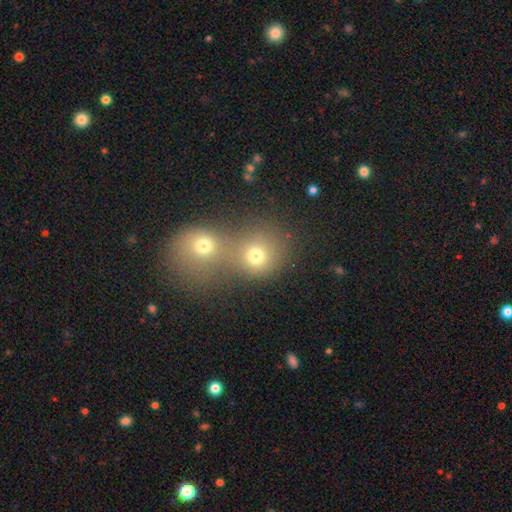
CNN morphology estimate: type=smooth (74%); roundness=round (81%); merging=merger (57%).